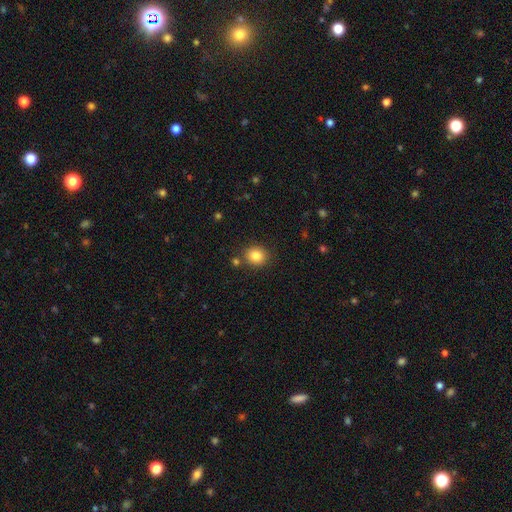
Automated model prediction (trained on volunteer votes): Smooth or featured? smooth (84%)
How rounded? round (76%)
Merging? none (83%)